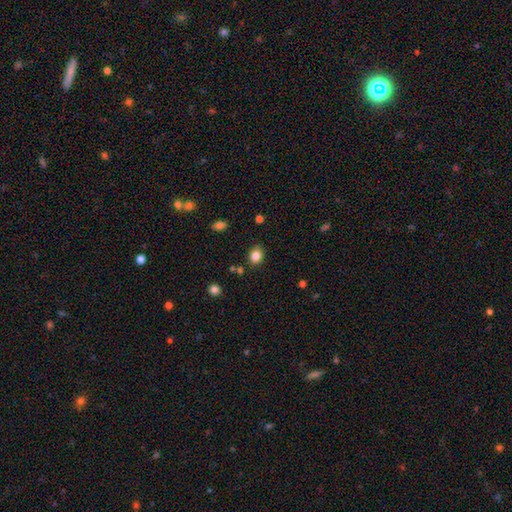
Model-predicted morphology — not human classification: smooth 83%, star or artifact 11%, featured or disk 6%. Down the decision tree: how rounded — round (52%); merging — none (84%).